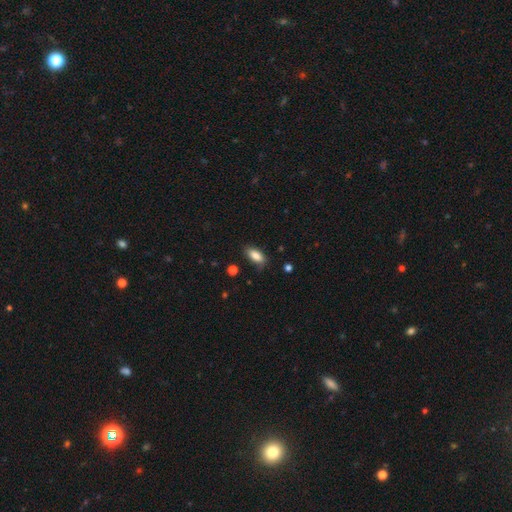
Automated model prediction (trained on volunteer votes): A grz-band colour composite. It shows a smooth galaxy with no disk features (85%) that is in between round and cigar-shaped (86%). Merging: none (74%).